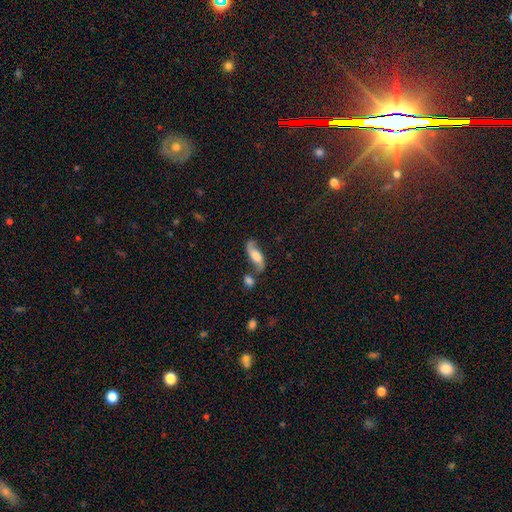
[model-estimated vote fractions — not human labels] A featured or disk galaxy (64%) with no bar (55%), spiral arms (91%) and a large central bulge (36%).

Vote fractions:
- Smooth or featured? featured or disk: 64% / smooth: 28% / star or artifact: 8%
- Edge-on disk? no: 85% / yes: 15%
- Bar? no: 55% / weak: 33% / strong: 13%
- Spiral arms? yes: 91% / no: 9%
- Bulge size? large: 36% / moderate: 29% / none: 16% / small: 14% / dominant: 6%
- Merging? none: 58% / minor disturbance: 17% / merger: 17% / major disturbance: 8%